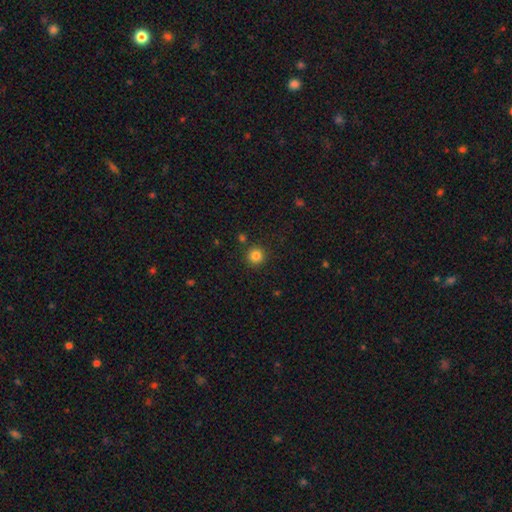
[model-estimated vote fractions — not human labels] A smooth galaxy with no disk features (84%) that is round (94%).

Vote fractions:
- Smooth or featured? smooth: 84% / star or artifact: 12% / featured or disk: 4%
- How rounded? round: 94% / in between: 5% / cigar-shaped: 1%
- Merging? none: 88% / minor disturbance: 6% / merger: 3% / major disturbance: 2%